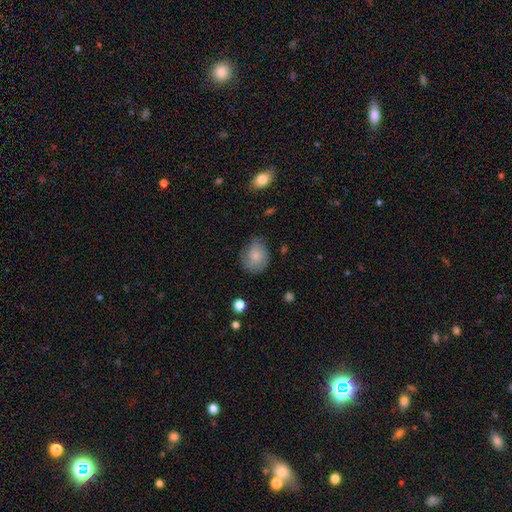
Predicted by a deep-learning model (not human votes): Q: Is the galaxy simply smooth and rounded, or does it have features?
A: smooth — 66%.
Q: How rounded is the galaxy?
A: round — 64%.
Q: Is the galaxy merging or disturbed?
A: none — 67%.